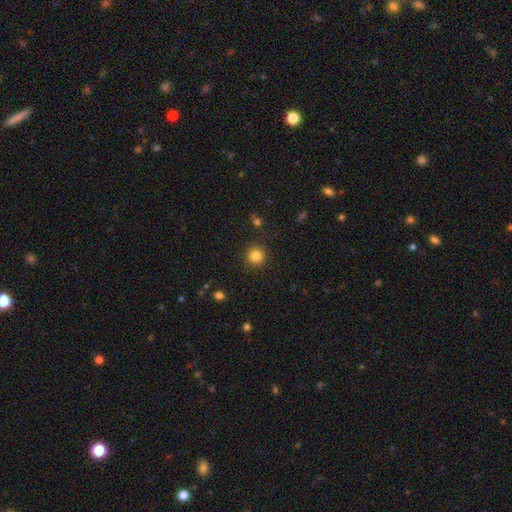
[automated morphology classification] This appears to be a smooth galaxy with no disk features (84%) that is round (94%). Merging: none (91%).